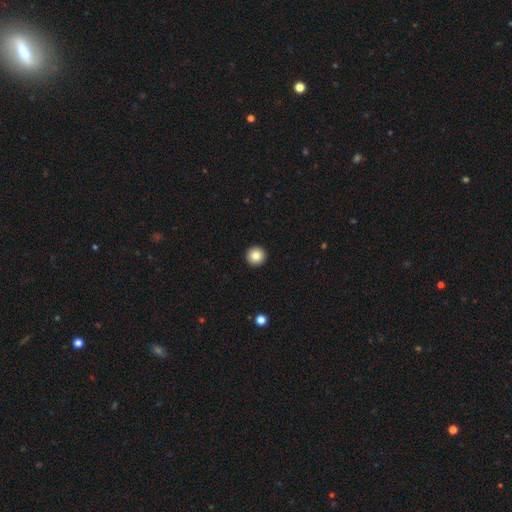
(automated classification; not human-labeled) Morphology: type=smooth (84%); roundness=round (97%); merging=none (95%).